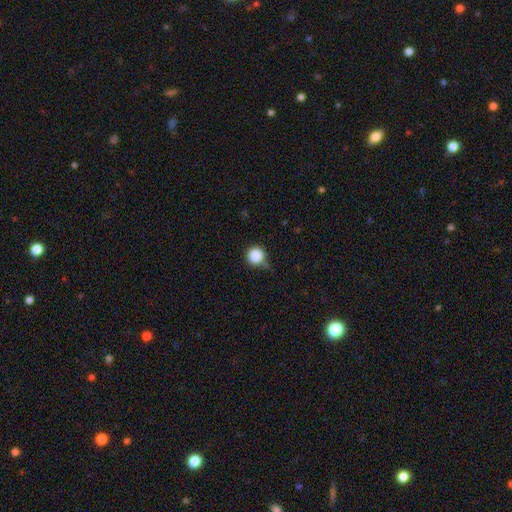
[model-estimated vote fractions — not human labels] Smooth or featured? Predicted: smooth (p=0.87). How rounded? Predicted: round (p=0.96). Merging? Predicted: none (p=0.70).